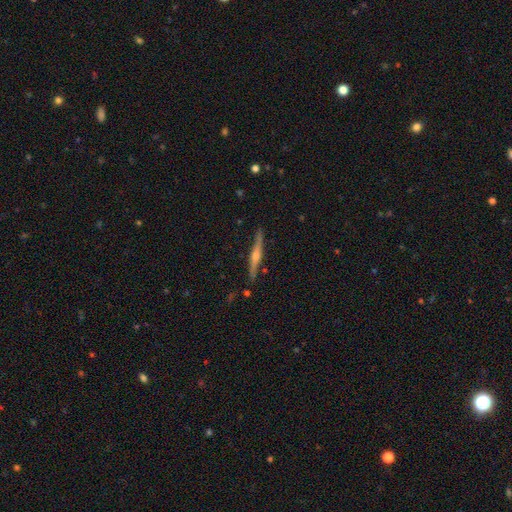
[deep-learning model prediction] featured or disk 76%, smooth 18%, star or artifact 6%. Down the decision tree: edge-on disk — yes (98%); edge-on bulge — rounded (83%); merging — none (88%).